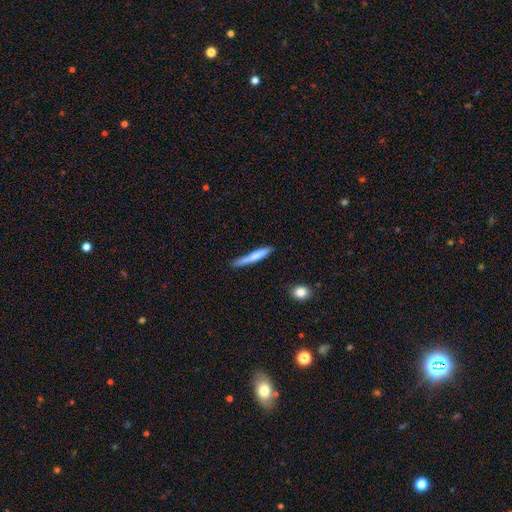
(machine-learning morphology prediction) type=smooth (71%); roundness=cigar-shaped (94%); merging=none (69%).